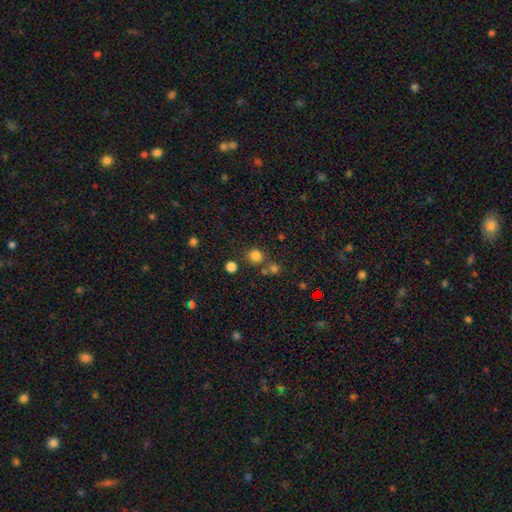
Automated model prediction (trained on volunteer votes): This is likely a smooth galaxy (79%). How rounded: clearly round (89%). Merging: likely none (74%).